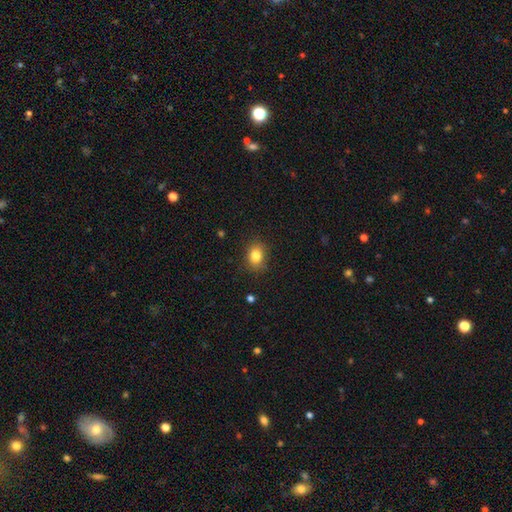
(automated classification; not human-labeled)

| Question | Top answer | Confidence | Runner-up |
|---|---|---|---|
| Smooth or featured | smooth | 83% | star or artifact (10%) |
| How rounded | in between | 52% | round (47%) |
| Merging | none | 84% | minor disturbance (12%) |